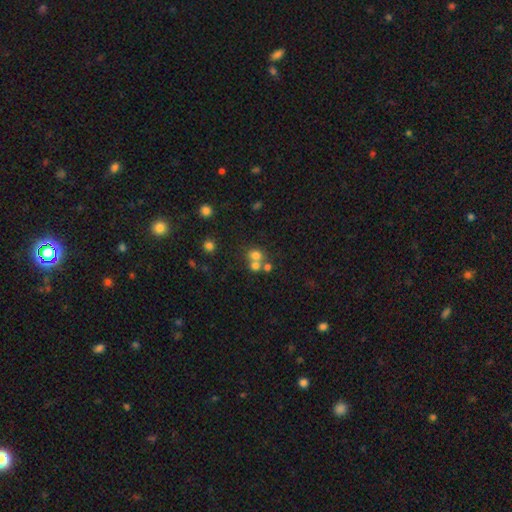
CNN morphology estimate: Q: Smooth or featured?
A: smooth (69%); runner-up: star or artifact (17%)
Q: How rounded?
A: round (75%); runner-up: in between (24%)
Q: Merging?
A: merger (47%); runner-up: none (41%)